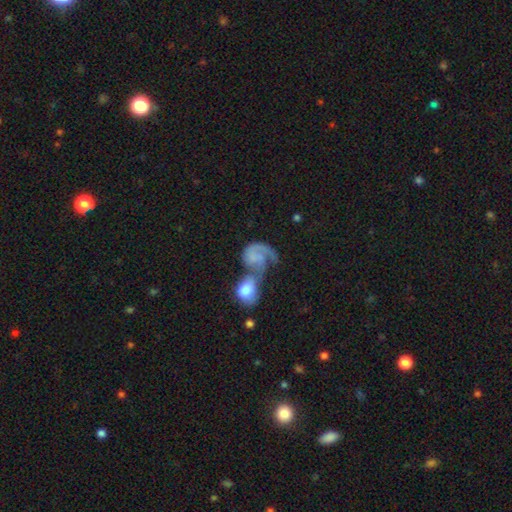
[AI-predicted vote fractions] This appears to be a featured or disk galaxy (62%) with no bar (74%), 1 (68%) loose (41%) spiral arms (82%) and no central bulge (43%). Merging: merger (68%).